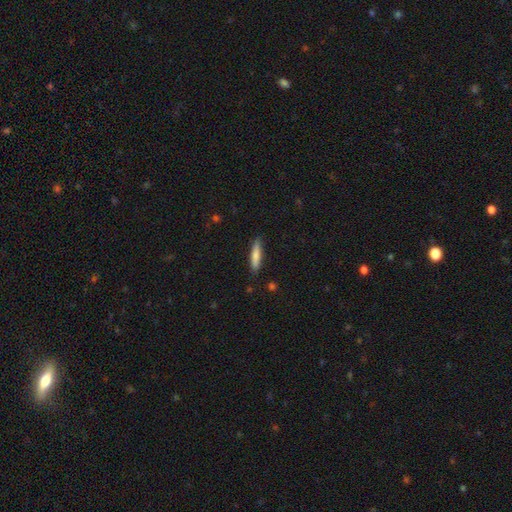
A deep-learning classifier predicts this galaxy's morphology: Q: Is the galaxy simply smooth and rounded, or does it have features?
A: smooth — 76%.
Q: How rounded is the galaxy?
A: cigar-shaped — 83%.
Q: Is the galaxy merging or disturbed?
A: none — 87%.